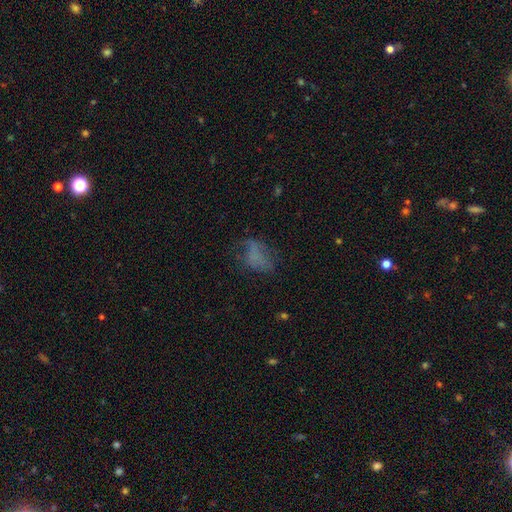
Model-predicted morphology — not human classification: A smooth galaxy with no disk features (48%). Merging: none (41%).